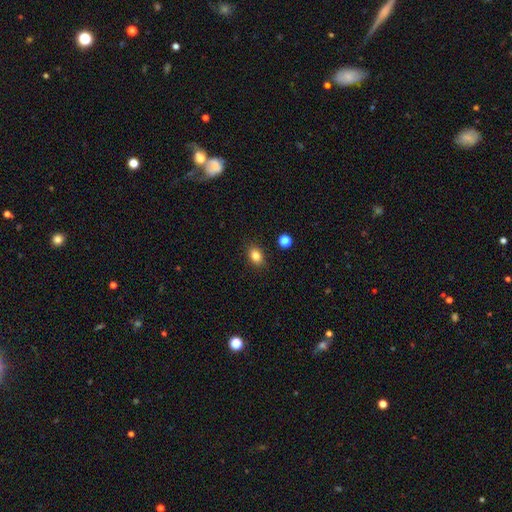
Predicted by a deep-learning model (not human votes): A smooth galaxy with no disk features (83%) that is in between round and cigar-shaped (72%).

Vote fractions:
- Smooth or featured? smooth: 83% / star or artifact: 11% / featured or disk: 6%
- How rounded? in between: 72% / round: 26% / cigar-shaped: 1%
- Merging? none: 87% / minor disturbance: 8% / major disturbance: 2% / merger: 2%